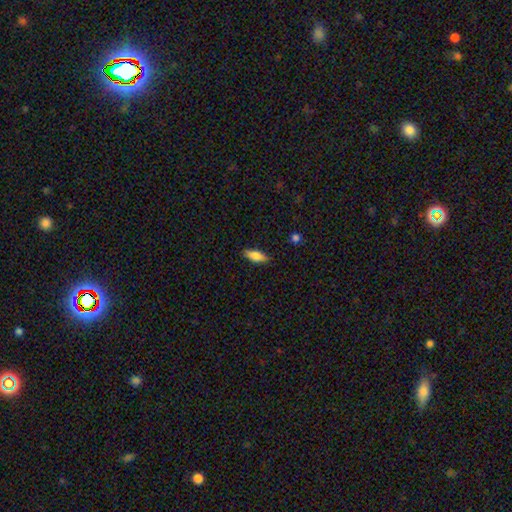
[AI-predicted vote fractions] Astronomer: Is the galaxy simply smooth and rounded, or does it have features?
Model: smooth — 78%.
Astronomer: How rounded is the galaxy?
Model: in between — 73%.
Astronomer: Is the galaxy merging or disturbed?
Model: none — 86%.